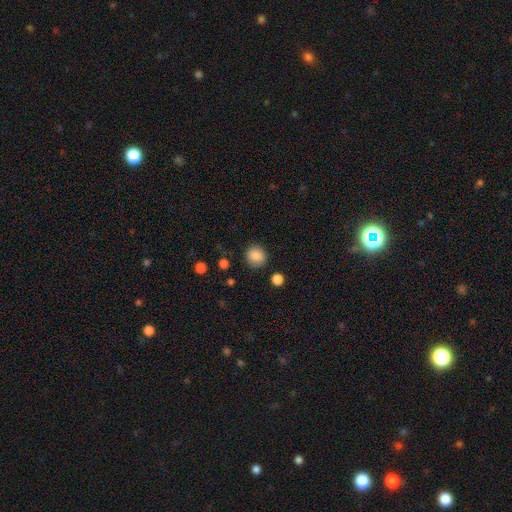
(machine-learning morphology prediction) Smooth or featured? smooth (87%)
How rounded? round (88%)
Merging? none (87%)